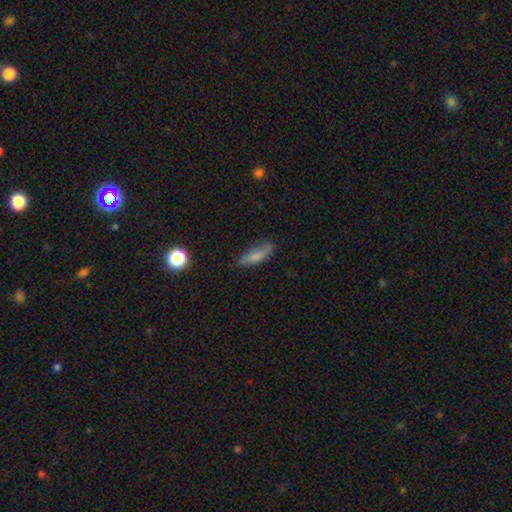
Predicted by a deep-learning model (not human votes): Smooth or featured? smooth (70%)
How rounded? in between (60%)
Merging? none (68%)